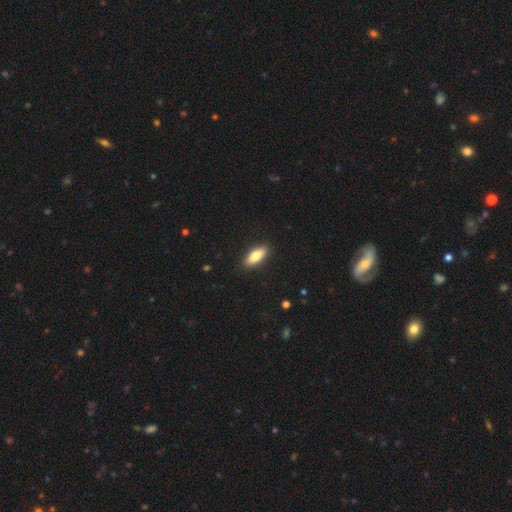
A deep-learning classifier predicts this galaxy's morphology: A smooth galaxy with no disk features (81%) that is in between round and cigar-shaped (76%). Merging: none (90%).